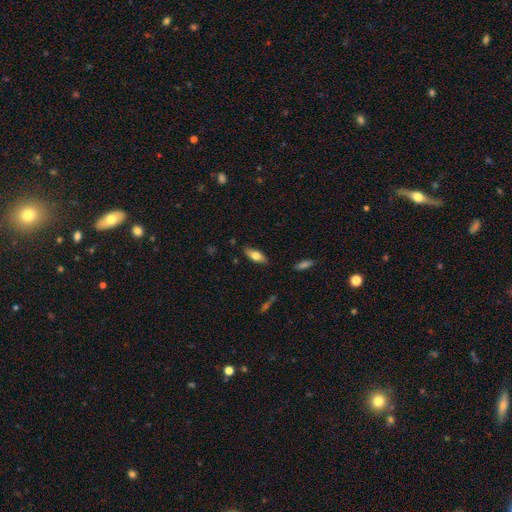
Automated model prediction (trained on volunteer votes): This appears to be a smooth galaxy with no disk features (63%) that is in between round and cigar-shaped (72%). Merging: none (83%).